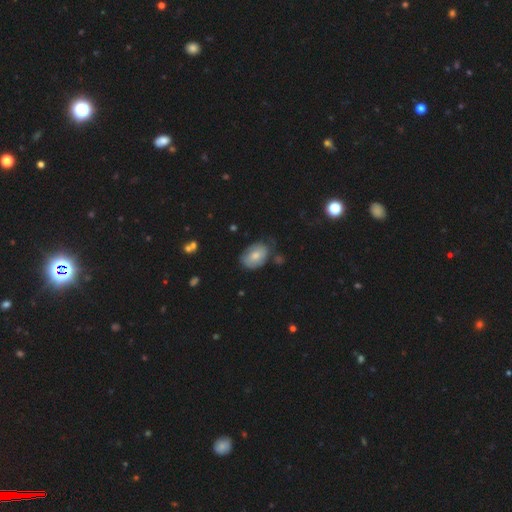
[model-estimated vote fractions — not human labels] smooth 65%, featured or disk 28%, star or artifact 7%. Down the decision tree: how rounded — in between (81%); merging — none (61%).